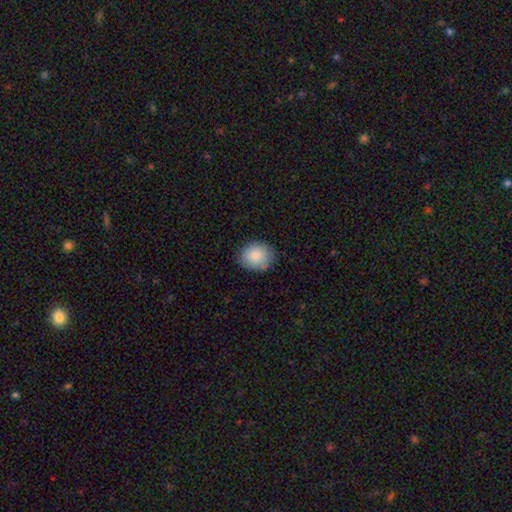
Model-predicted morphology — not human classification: Overall: smooth (86%). How rounded: round (64%; in between 36%). Merging: none (80%).